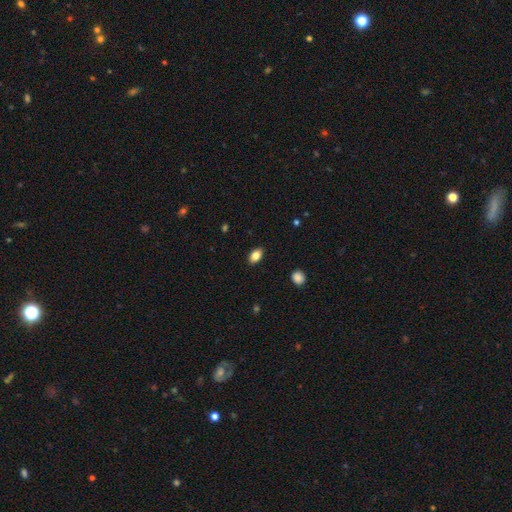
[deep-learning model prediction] Smooth or featured? Predicted: smooth (p=0.85). How rounded? Predicted: in between (p=0.87). Merging? Predicted: none (p=0.88).